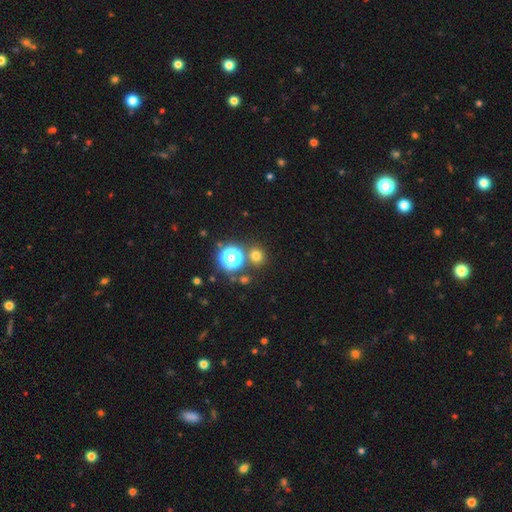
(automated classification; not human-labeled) Smooth or featured?
  - smooth: 68% *
  - star or artifact: 26%
  - featured or disk: 6%
How rounded?
  - round: 87% *
  - in between: 12%
  - cigar-shaped: 1%
Merging?
  - none: 80% *
  - merger: 10%
  - minor disturbance: 7%
  - major disturbance: 3%